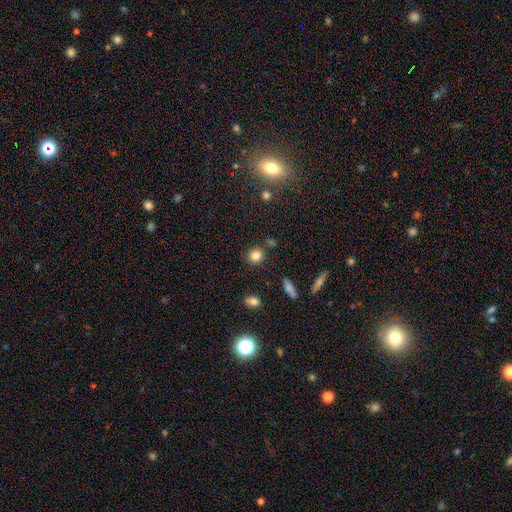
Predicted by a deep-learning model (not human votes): Smooth or featured?
  - smooth: 82% *
  - star or artifact: 11%
  - featured or disk: 7%
How rounded?
  - round: 81% *
  - in between: 17%
  - cigar-shaped: 1%
Merging?
  - none: 84% *
  - minor disturbance: 9%
  - merger: 5%
  - major disturbance: 3%